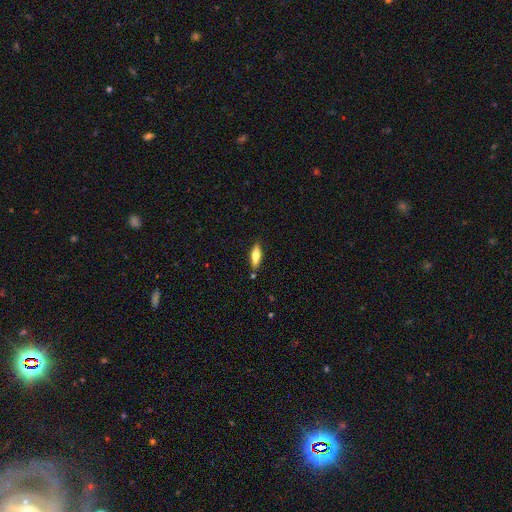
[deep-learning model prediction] smooth 71%, featured or disk 23%, star or artifact 6%. Down the decision tree: how rounded — in between (52%); merging — none (82%).